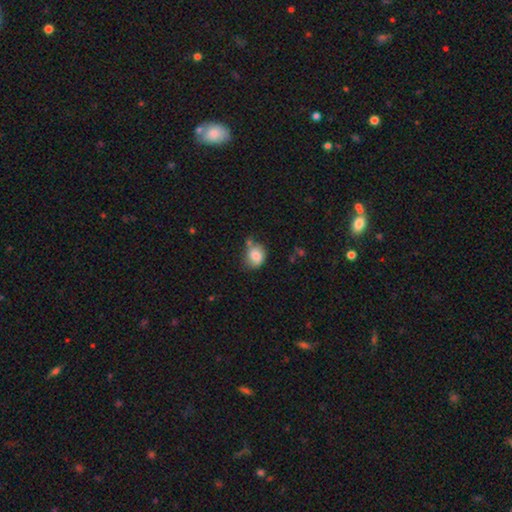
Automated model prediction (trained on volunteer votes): This appears to be a smooth galaxy with no disk features (78%) that is round (64%). Merging: none (52%).